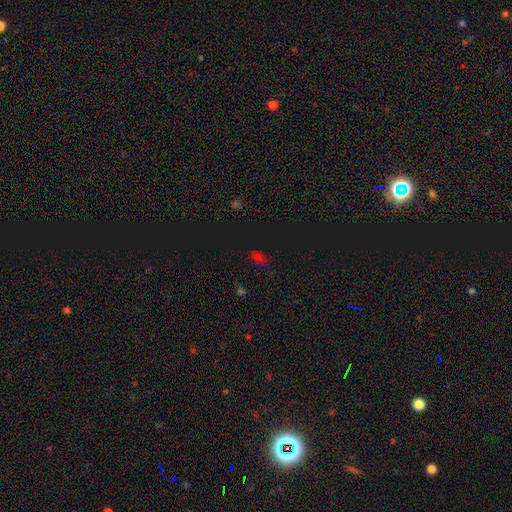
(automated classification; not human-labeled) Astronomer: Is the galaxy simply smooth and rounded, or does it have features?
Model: star or artifact — 47% (runner-up: smooth, 46%).